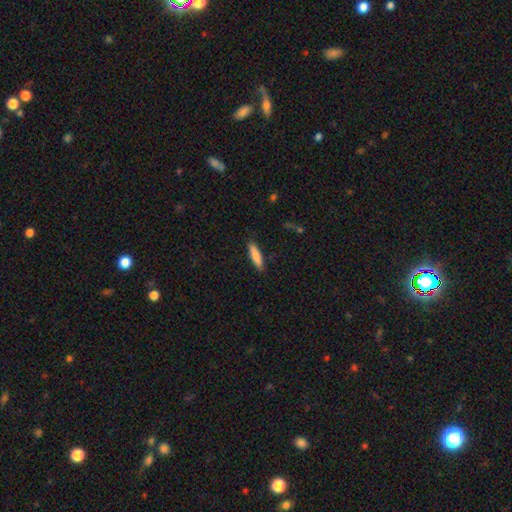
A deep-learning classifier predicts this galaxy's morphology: type=smooth (83%); roundness=cigar-shaped (73%); merging=none (85%).